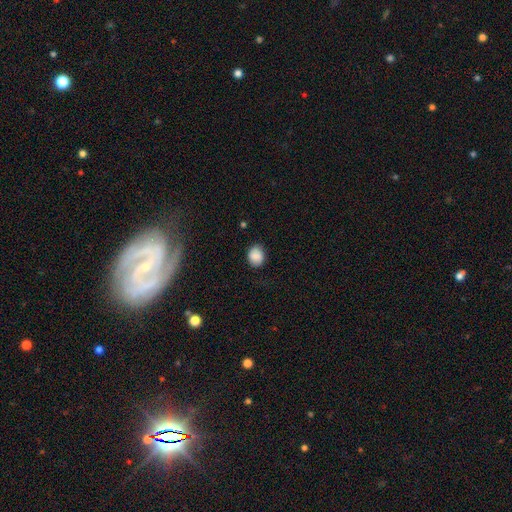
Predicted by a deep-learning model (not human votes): Overall: smooth (87%). How rounded: round (58%; in between 41%). Merging: none (80%).